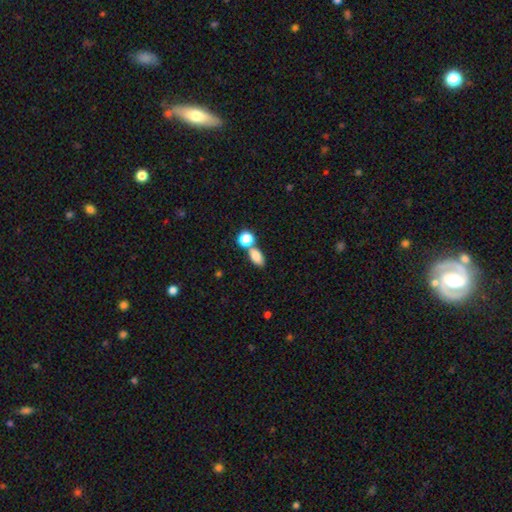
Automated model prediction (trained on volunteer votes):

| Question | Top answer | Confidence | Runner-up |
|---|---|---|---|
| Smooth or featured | smooth | 82% | star or artifact (10%) |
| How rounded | in between | 83% | round (13%) |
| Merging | none | 54% | merger (32%) |